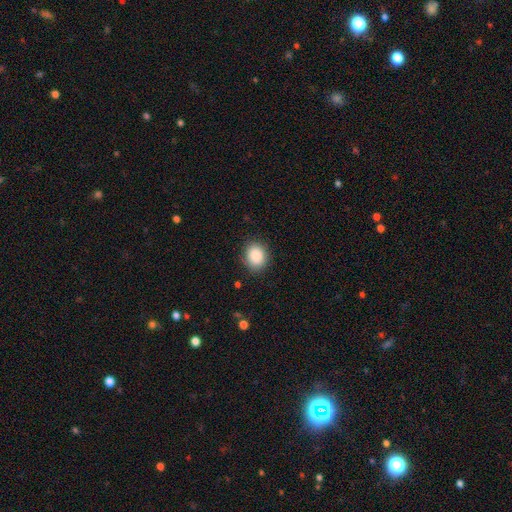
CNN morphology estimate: Smooth or featured: smooth — 88% (star or artifact — 8%)
How rounded: round — 53% (in between — 46%)
Merging: none — 86% (minor disturbance — 10%)